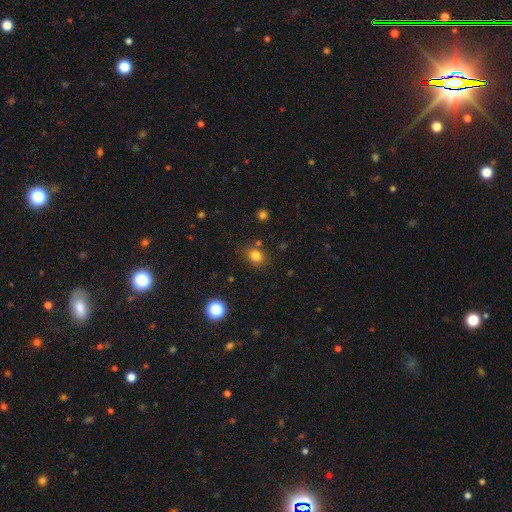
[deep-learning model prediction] smooth 79%, star or artifact 14%, featured or disk 6%. Down the decision tree: how rounded — round (70%); merging — none (78%).